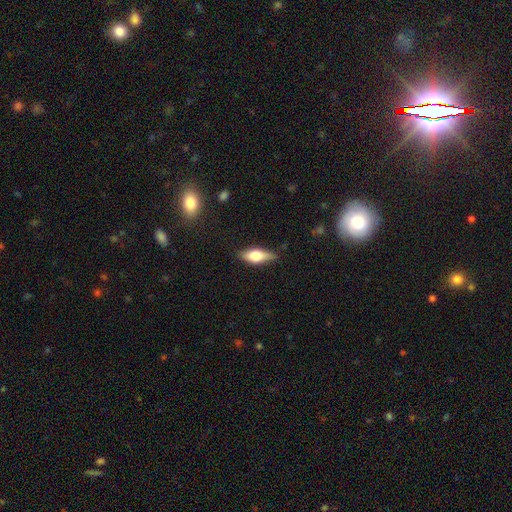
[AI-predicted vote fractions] Smooth or featured? smooth (61%)
How rounded? in between (70%)
Merging? none (77%)